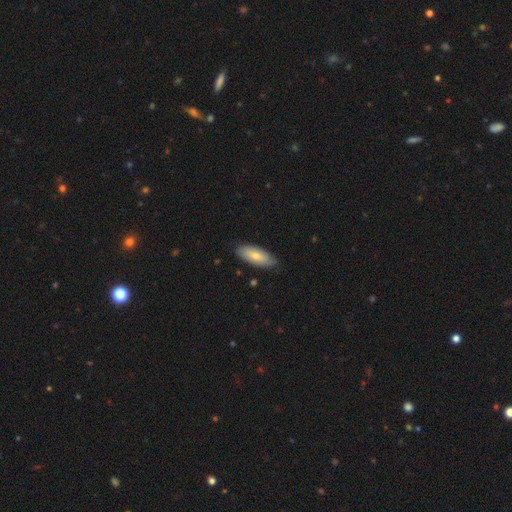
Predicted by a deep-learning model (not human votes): This is likely a smooth galaxy (71%). How rounded: likely in between (78%). Merging: clearly none (83%).